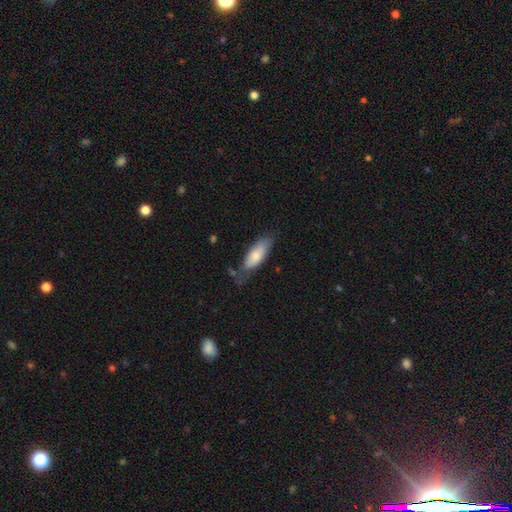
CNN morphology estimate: Smooth or featured? smooth (76%)
How rounded? in between (71%)
Merging? none (56%)